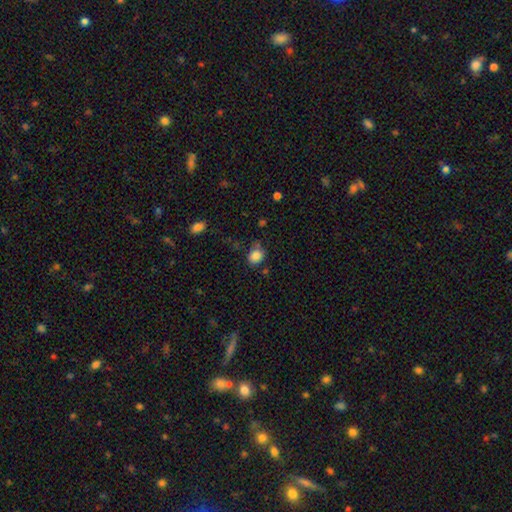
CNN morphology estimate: smooth_or_featured: smooth (p=0.84) [alt: star or artifact p=0.10]
how_rounded: round (p=0.59) [alt: in between p=0.40]
merging: none (p=0.67) [alt: minor disturbance p=0.23]